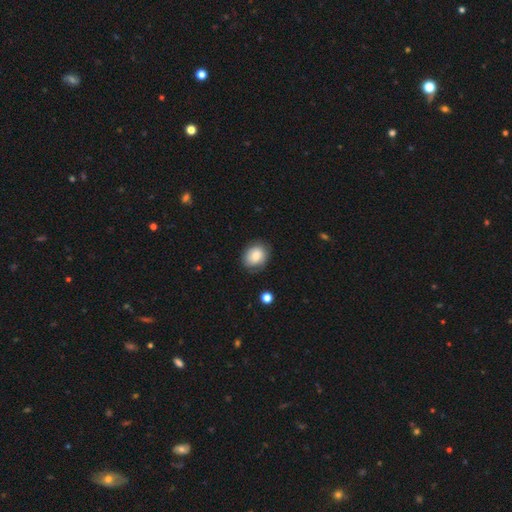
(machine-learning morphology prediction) Smooth or featured? smooth (74%)
How rounded? in between (52%)
Merging? none (71%)